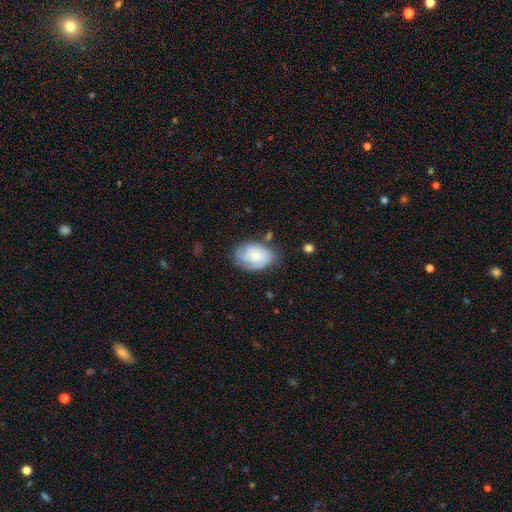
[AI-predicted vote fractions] The model was most divided on "smooth or featured": smooth: 54%, featured or disk: 38%, star or artifact: 8%. More confident: how rounded — in between (81%); merging — none (60%).